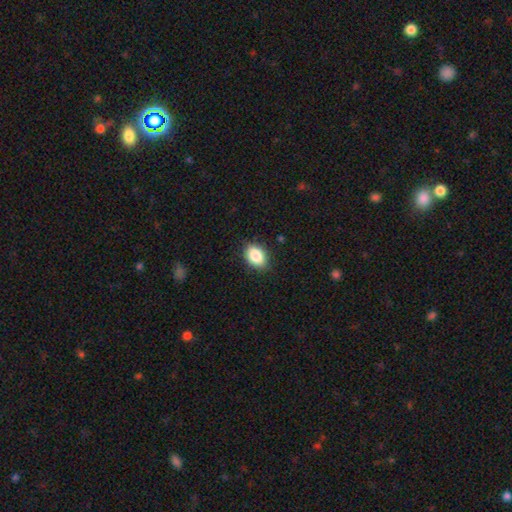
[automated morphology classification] type=smooth (86%); roundness=in between (78%); merging=none (86%).